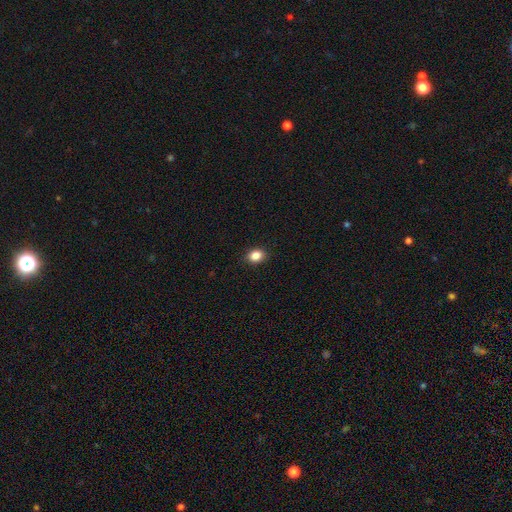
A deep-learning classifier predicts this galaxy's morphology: smooth_or_featured: smooth (p=0.86) [alt: star or artifact p=0.10]
how_rounded: in between (p=0.54) [alt: round p=0.45]
merging: none (p=0.90) [alt: minor disturbance p=0.07]